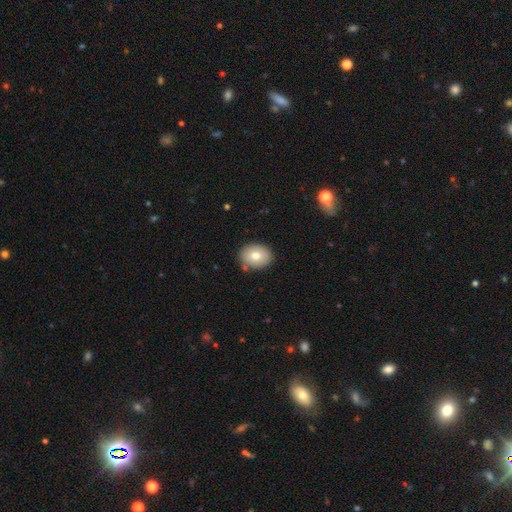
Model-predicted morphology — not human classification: type=smooth (76%); roundness=in between (51%); merging=none (82%).